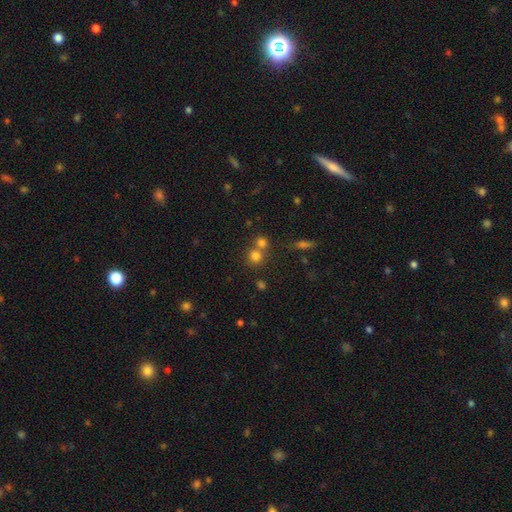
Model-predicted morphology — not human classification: type=smooth (75%); roundness=round (87%); merging=none (52%).